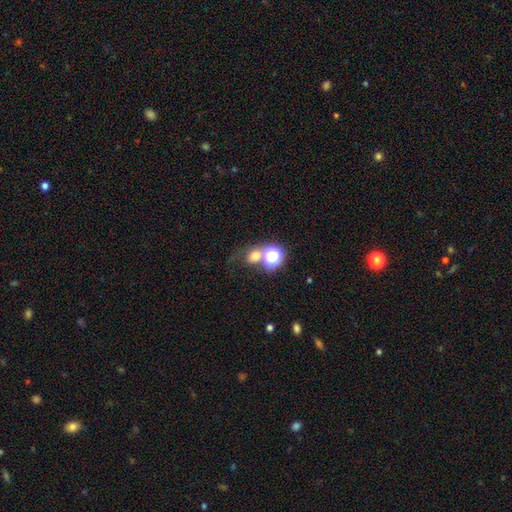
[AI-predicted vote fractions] Smooth or featured?
  - smooth: 63% *
  - star or artifact: 25%
  - featured or disk: 12%
How rounded?
  - round: 67% *
  - in between: 32%
  - cigar-shaped: 1%
Merging?
  - none: 46% *
  - merger: 34%
  - minor disturbance: 11%
  - major disturbance: 10%